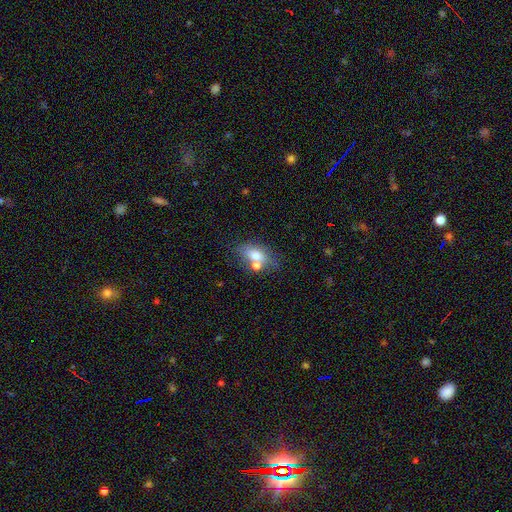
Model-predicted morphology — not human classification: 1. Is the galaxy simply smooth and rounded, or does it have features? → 65% smooth, 25% featured or disk, 10% star or artifact.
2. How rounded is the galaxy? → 78% in between, 14% round, 7% cigar-shaped.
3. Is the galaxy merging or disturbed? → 49% none, 30% merger, 15% minor disturbance, 6% major disturbance.